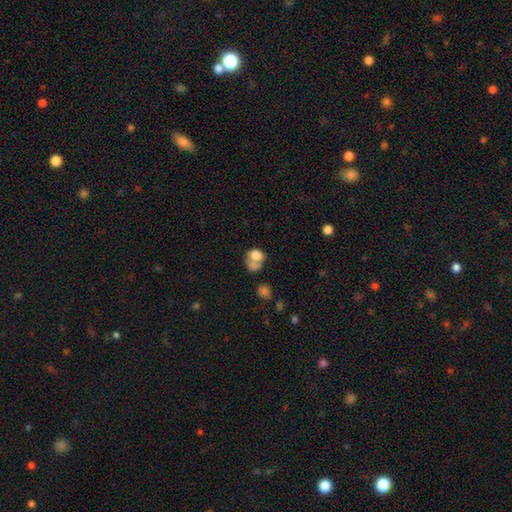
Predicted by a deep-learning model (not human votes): A smooth galaxy with no disk features (73%) that is in between round and cigar-shaped (60%). Merging: merger (44%).